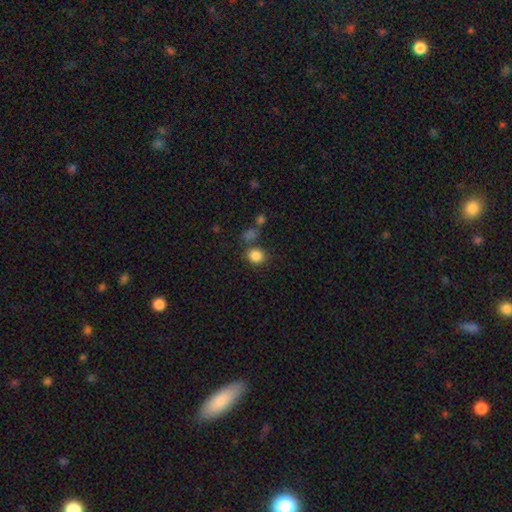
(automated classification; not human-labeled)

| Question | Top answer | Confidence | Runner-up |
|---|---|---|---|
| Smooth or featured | smooth | 84% | star or artifact (11%) |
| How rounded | round | 71% | in between (28%) |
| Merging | none | 71% | minor disturbance (12%) |